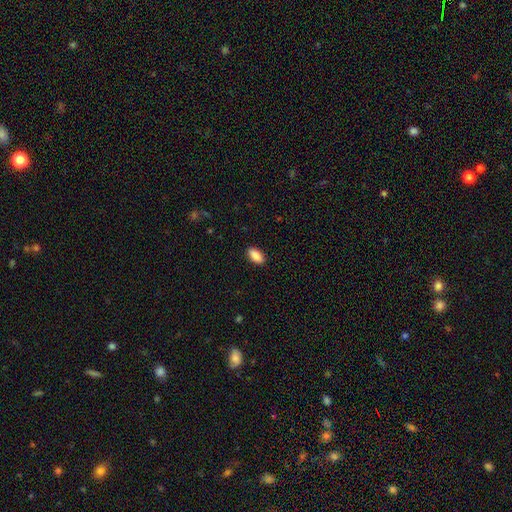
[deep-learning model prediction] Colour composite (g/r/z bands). It shows a smooth galaxy with no disk features (90%) that is in between round and cigar-shaped (92%). Merging: none (90%).